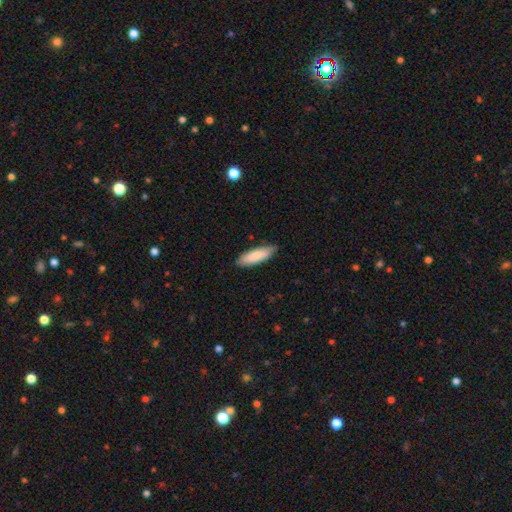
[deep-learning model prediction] Morphology: type=smooth (85%); roundness=in between (55%); merging=none (86%).